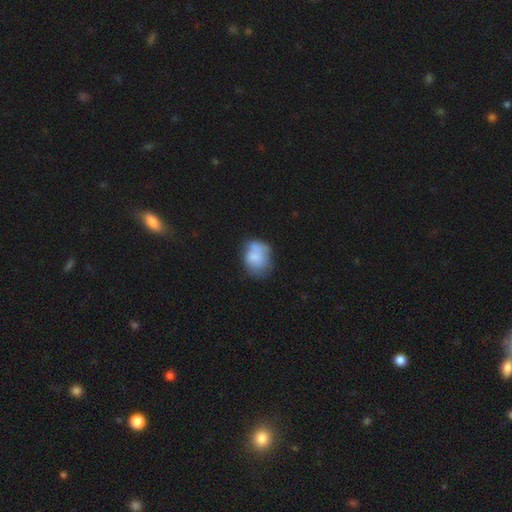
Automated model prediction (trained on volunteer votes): Q: Smooth or featured?
A: smooth (72%); runner-up: featured or disk (20%)
Q: How rounded?
A: in between (56%); runner-up: round (43%)
Q: Merging?
A: none (43%); runner-up: minor disturbance (31%)